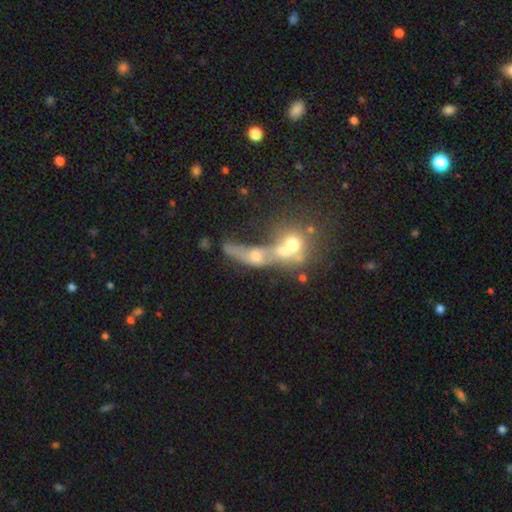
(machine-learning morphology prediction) smooth_or_featured: smooth (p=0.42) [tied with: featured or disk p=0.42]
merging: merger (p=0.62) [alt: none p=0.17]